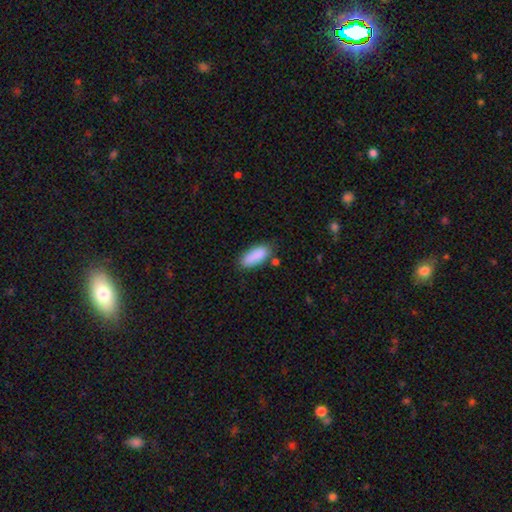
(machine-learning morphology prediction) A smooth galaxy with no disk features (88%) that is in between round and cigar-shaped (75%). Merging: none (75%).